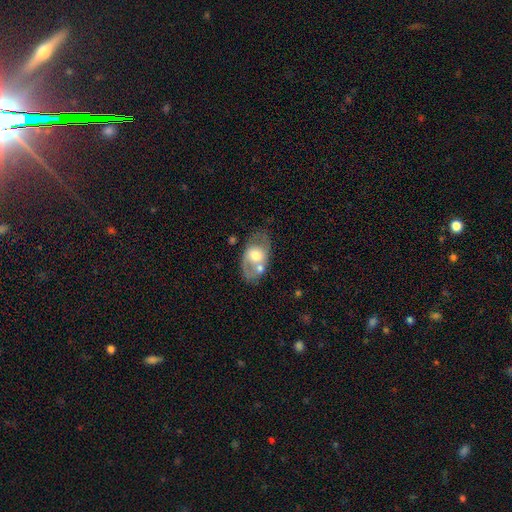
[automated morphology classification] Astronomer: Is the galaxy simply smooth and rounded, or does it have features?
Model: featured or disk — 51% (runner-up: smooth, 42%).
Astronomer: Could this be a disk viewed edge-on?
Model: no — 93%.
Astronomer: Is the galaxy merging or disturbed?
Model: none — 51%.